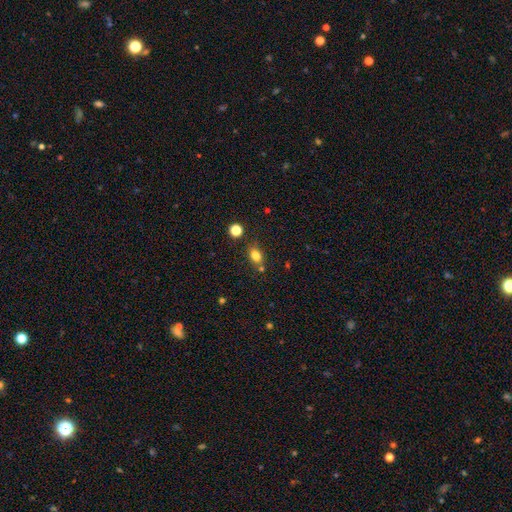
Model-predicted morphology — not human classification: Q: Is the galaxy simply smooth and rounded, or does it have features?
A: smooth — 80%.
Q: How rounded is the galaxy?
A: in between — 70%.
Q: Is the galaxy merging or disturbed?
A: none — 70%.